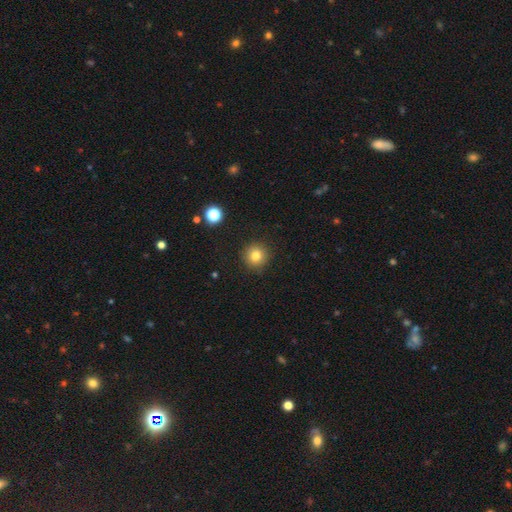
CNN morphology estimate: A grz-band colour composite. It shows a smooth galaxy with no disk features (81%) that is round (94%). Merging: none (90%).